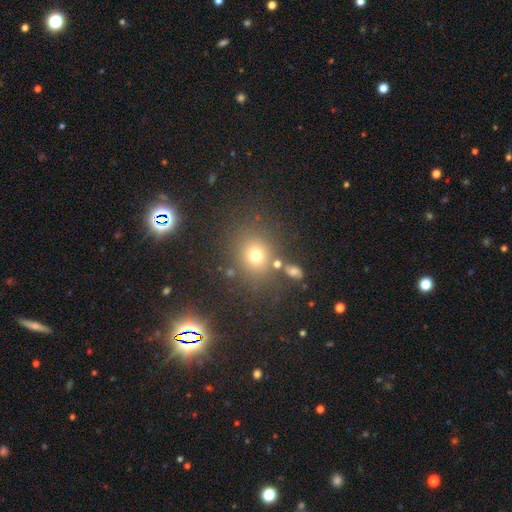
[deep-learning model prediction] Smooth or featured? Predicted: smooth (p=0.71). How rounded? Predicted: round (p=0.72). Merging? Predicted: none (p=0.76).